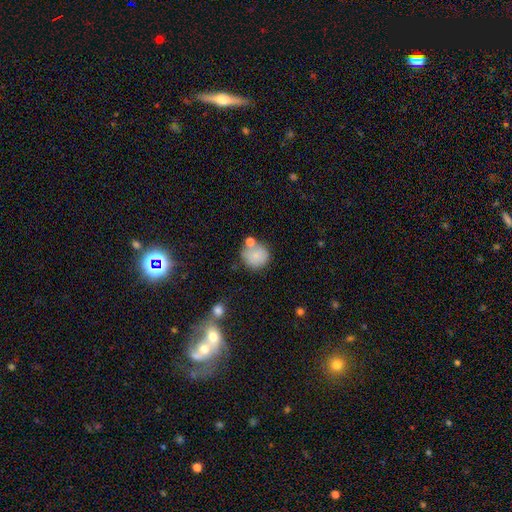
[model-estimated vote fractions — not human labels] Morphology: type=smooth (80%); roundness=round (89%); merging=none (63%).